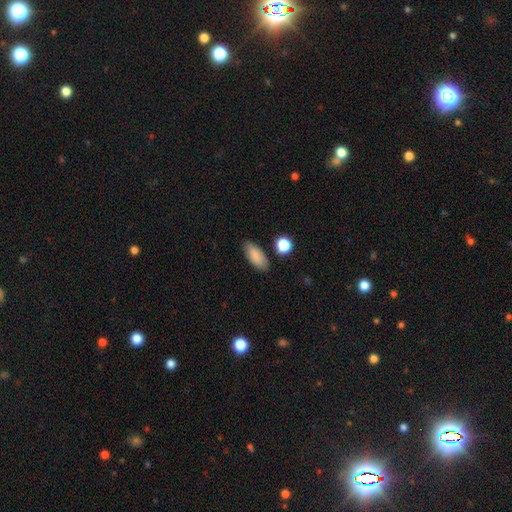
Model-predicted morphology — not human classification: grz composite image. It shows a smooth galaxy with no disk features (86%) that is in between round and cigar-shaped (86%). Merging: none (81%).